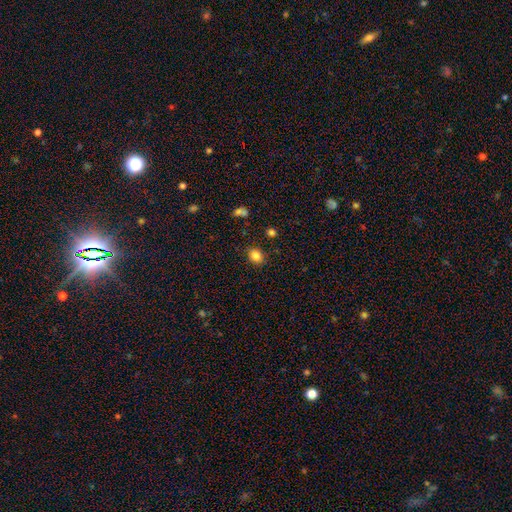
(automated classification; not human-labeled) Smooth or featured?
  - smooth: 84% *
  - star or artifact: 11%
  - featured or disk: 5%
How rounded?
  - round: 60% *
  - in between: 39%
  - cigar-shaped: 1%
Merging?
  - none: 85% *
  - minor disturbance: 10%
  - major disturbance: 3%
  - merger: 2%